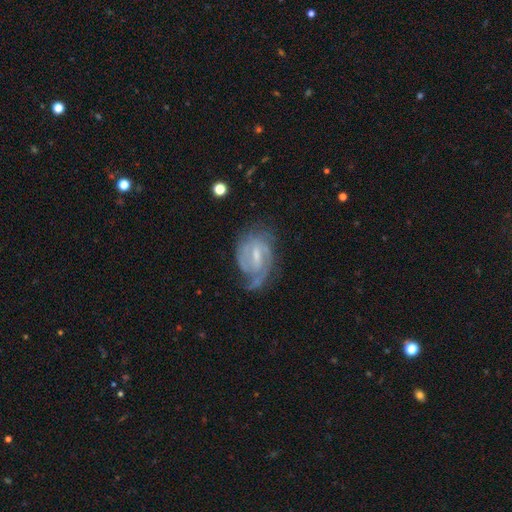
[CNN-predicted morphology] Smooth or featured?
  - featured or disk: 84% *
  - smooth: 9%
  - star or artifact: 6%
Edge-on disk?
  - no: 97% *
  - yes: 3%
Bar?
  - weak: 57% *
  - strong: 26%
  - no: 17%
Spiral arms?
  - yes: 95% *
  - no: 5%
Spiral winding?
  - tight: 51% *
  - medium: 38%
  - loose: 10%
Spiral arm count?
  - 2: 51% *
  - can't tell: 20%
  - 3: 13%
  - 1: 10%
  - 4: 3%
  - more than 4: 3%
Bulge size?
  - small: 51% *
  - moderate: 33%
  - none: 13%
  - large: 2%
  - dominant: 1%
Merging?
  - none: 57% *
  - minor disturbance: 24%
  - major disturbance: 16%
  - merger: 3%